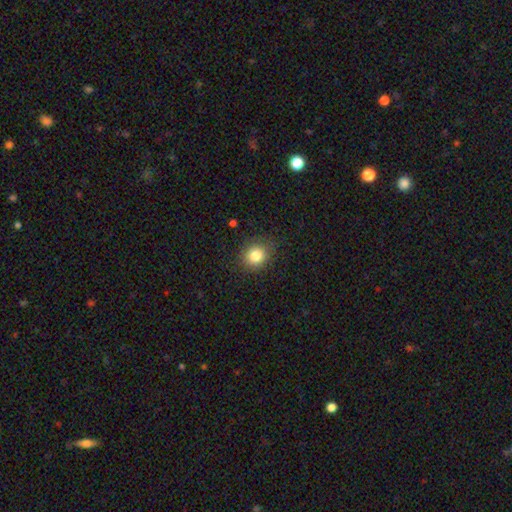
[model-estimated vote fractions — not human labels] Smooth or featured: smooth — 83% (star or artifact — 11%)
How rounded: round — 69% (in between — 30%)
Merging: none — 85% (minor disturbance — 11%)